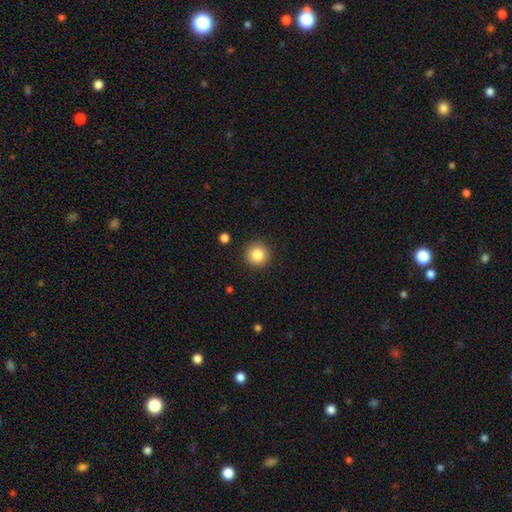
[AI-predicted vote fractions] This is clearly a smooth galaxy (85%). How rounded: clearly round (95%). Merging: clearly none (91%).